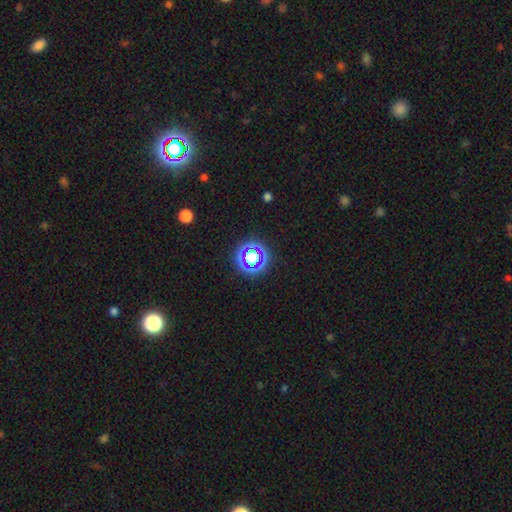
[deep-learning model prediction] The model was most divided on "smooth or featured": star or artifact: 55%, smooth: 31%, featured or disk: 13%.